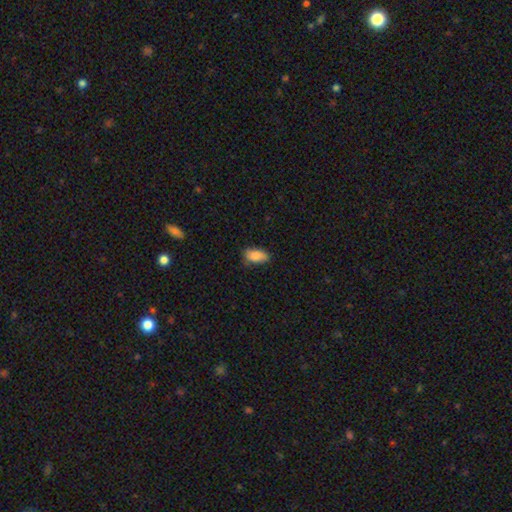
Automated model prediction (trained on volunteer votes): smooth-or-featured: smooth: 88% | star or artifact: 7% | featured or disk: 5%
  how-rounded: in between: 92% | round: 4% | cigar-shaped: 4%
  merging: none: 72% | minor disturbance: 22% | major disturbance: 4% | merger: 1%